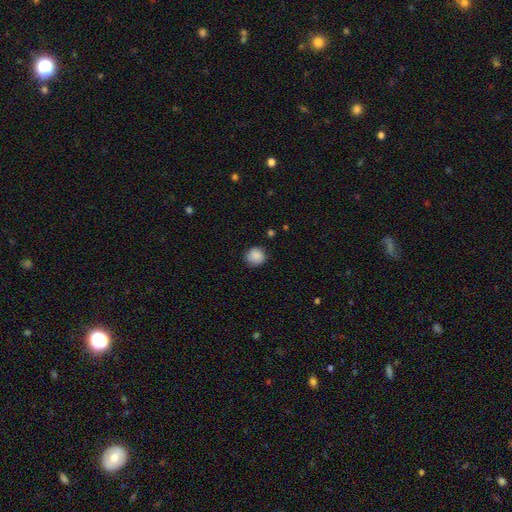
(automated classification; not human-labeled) A smooth galaxy with no disk features (88%) that is round (86%). Merging: none (84%).